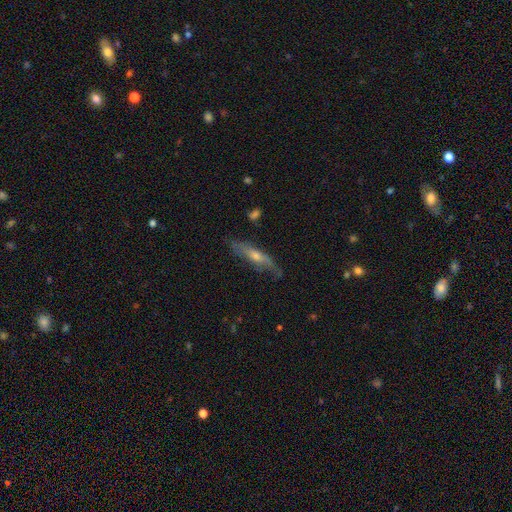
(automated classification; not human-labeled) Smooth or featured?
  - featured or disk: 60% *
  - smooth: 33%
  - star or artifact: 7%
Edge-on disk?
  - yes: 69% *
  - no: 31%
Merging?
  - none: 70% *
  - minor disturbance: 22%
  - major disturbance: 6%
  - merger: 2%